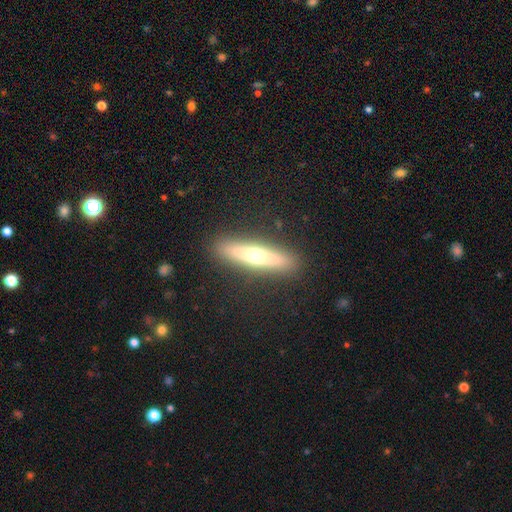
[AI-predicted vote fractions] This appears to be a smooth galaxy with no disk features (51%) that is cigar-shaped (84%). Merging: none (89%).